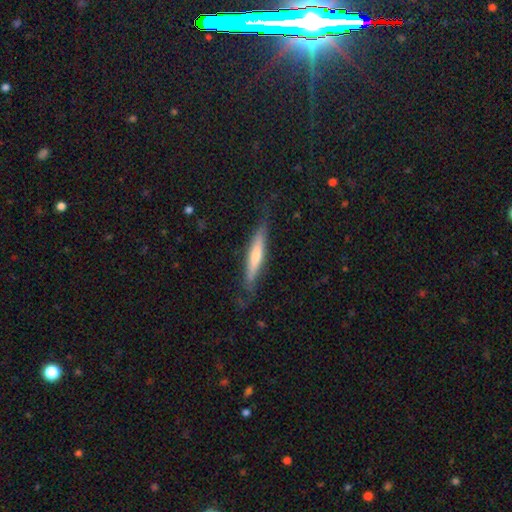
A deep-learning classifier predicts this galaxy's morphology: Smooth or featured? Predicted: featured or disk (p=0.59). Edge-on disk? Predicted: yes (p=0.93). Edge-on bulge? Predicted: rounded (p=0.64). Merging? Predicted: none (p=0.82).